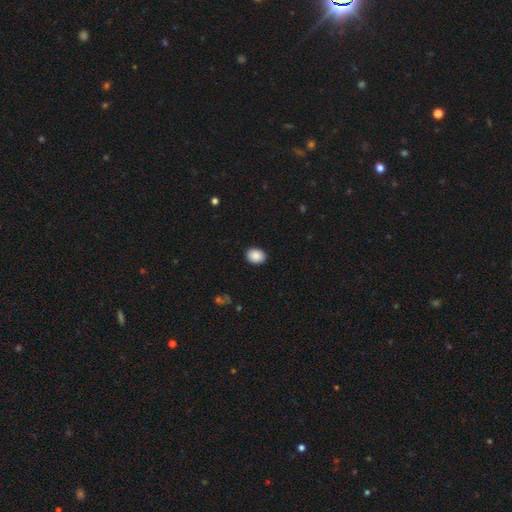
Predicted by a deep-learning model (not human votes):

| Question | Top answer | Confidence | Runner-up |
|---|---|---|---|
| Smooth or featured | smooth | 89% | star or artifact (8%) |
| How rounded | in between | 62% | round (37%) |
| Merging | none | 90% | minor disturbance (7%) |